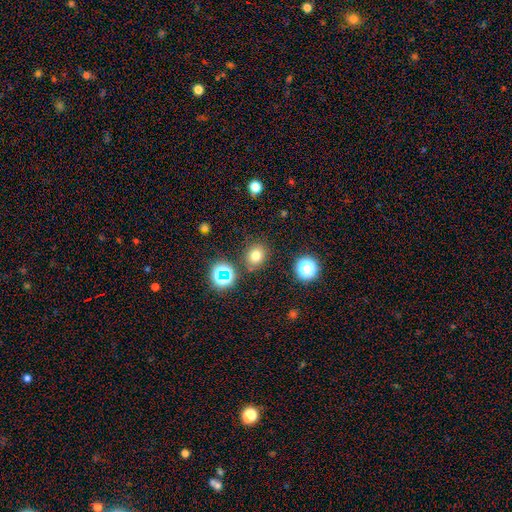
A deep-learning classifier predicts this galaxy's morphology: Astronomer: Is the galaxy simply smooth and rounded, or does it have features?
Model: smooth — 71%.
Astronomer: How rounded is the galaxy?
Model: round — 63%.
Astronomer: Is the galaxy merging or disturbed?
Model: none — 82%.